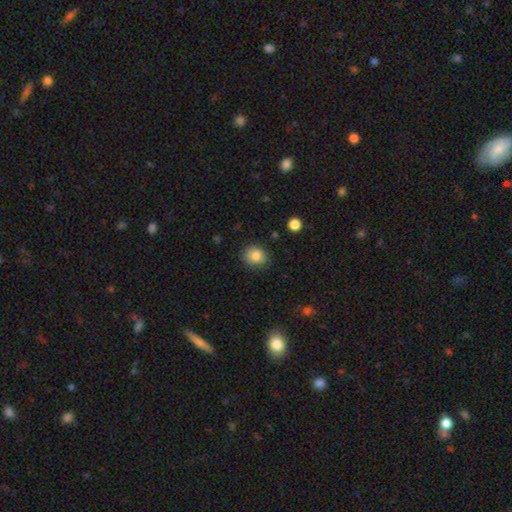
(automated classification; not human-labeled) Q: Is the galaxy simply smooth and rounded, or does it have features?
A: smooth — 82%.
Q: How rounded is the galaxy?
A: round — 73%.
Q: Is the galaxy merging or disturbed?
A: none — 85%.